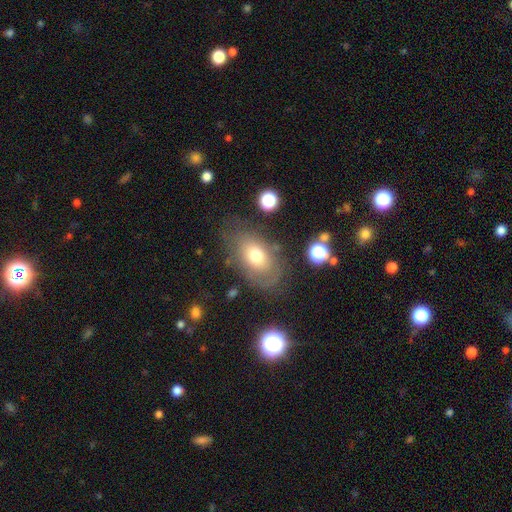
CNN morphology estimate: Q: Smooth or featured?
A: smooth (58%); runner-up: featured or disk (31%)
Q: How rounded?
A: in between (84%); runner-up: round (14%)
Q: Merging?
A: none (61%); runner-up: minor disturbance (21%)